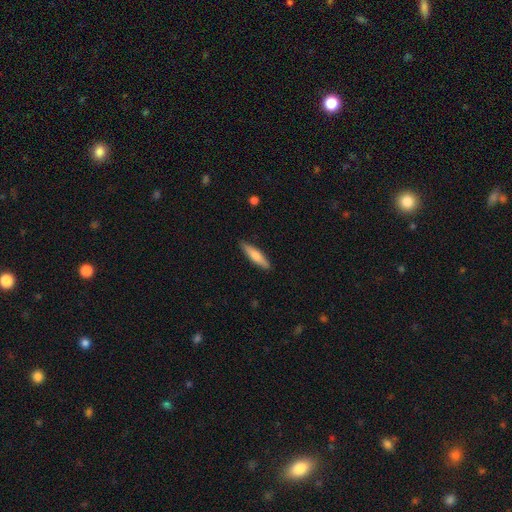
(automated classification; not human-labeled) smooth-or-featured: smooth: 71% | featured or disk: 24% | star or artifact: 5%
  how-rounded: cigar-shaped: 79% | in between: 19% | round: 1%
  merging: none: 89% | minor disturbance: 9% | major disturbance: 2% | merger: 1%